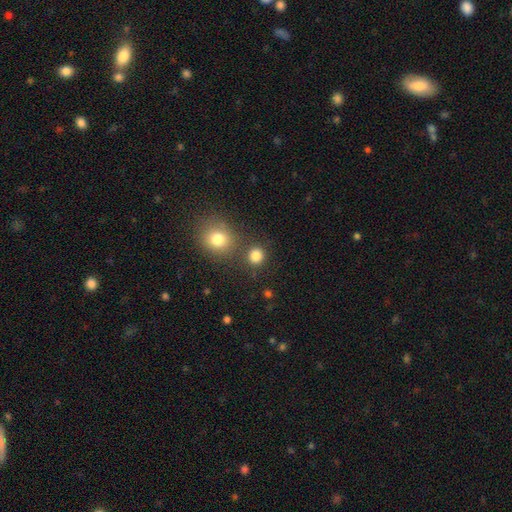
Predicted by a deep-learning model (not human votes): smooth_or_featured: smooth (p=0.82) [alt: star or artifact p=0.13]
how_rounded: round (p=0.88) [alt: in between p=0.11]
merging: none (p=0.78) [alt: merger p=0.11]